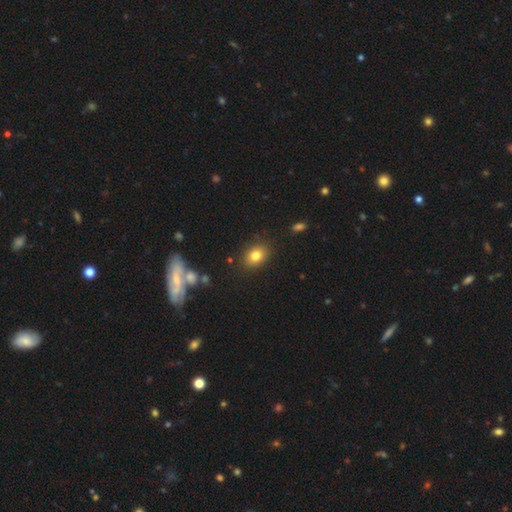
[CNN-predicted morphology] A smooth galaxy with no disk features (79%) that is in between round and cigar-shaped (64%).

Vote fractions:
- Smooth or featured? smooth: 79% / star or artifact: 11% / featured or disk: 9%
- How rounded? in between: 64% / round: 35% / cigar-shaped: 1%
- Merging? none: 85% / minor disturbance: 10% / major disturbance: 3% / merger: 2%